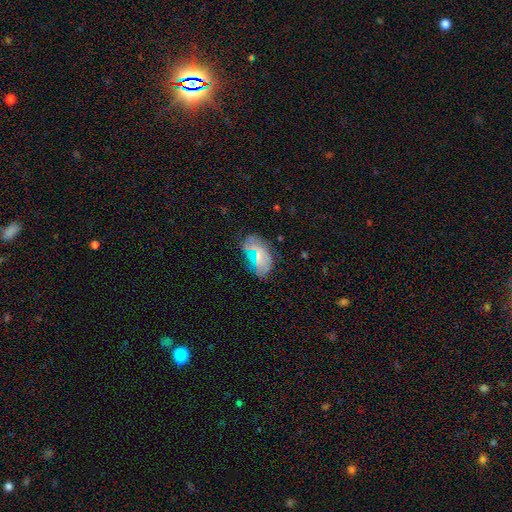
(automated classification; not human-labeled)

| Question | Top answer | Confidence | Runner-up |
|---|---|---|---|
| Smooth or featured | smooth | 48% | featured or disk (29%) |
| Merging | none | 69% | minor disturbance (20%) |